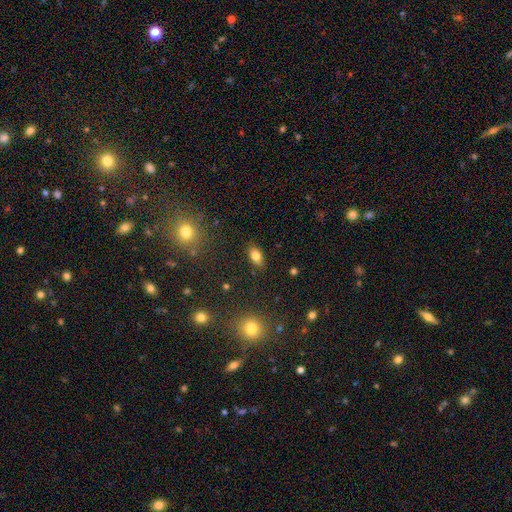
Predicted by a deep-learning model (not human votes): Overall: smooth (79%). How rounded: in between (87%). Merging: none (86%).